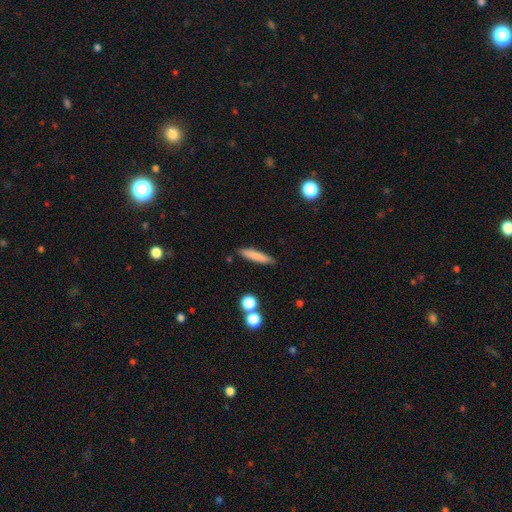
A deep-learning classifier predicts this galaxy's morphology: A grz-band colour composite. It shows a smooth galaxy with no disk features (79%) that is cigar-shaped (88%). Merging: none (88%).